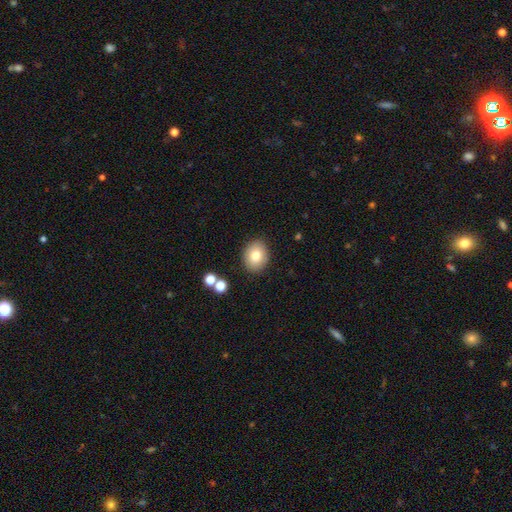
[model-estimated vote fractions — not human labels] A smooth galaxy with no disk features (79%) that is round (58%).

Vote fractions:
- Smooth or featured? smooth: 79% / featured or disk: 12% / star or artifact: 10%
- How rounded? round: 58% / in between: 41% / cigar-shaped: 1%
- Merging? none: 88% / minor disturbance: 8% / merger: 2% / major disturbance: 2%